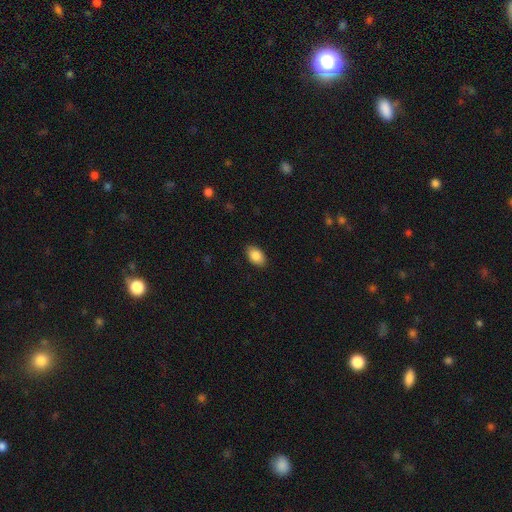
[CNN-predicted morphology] Smooth or featured? smooth (87%)
How rounded? in between (91%)
Merging? none (88%)